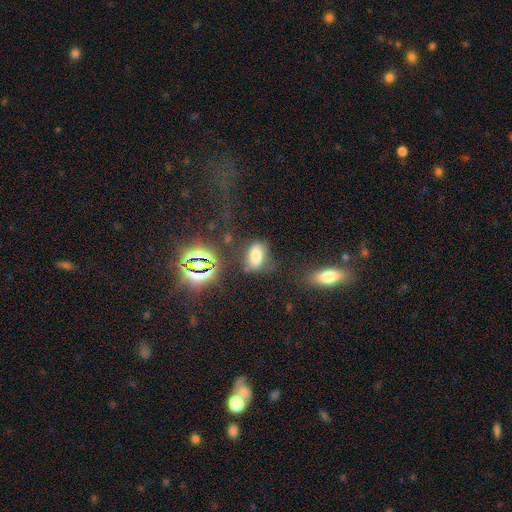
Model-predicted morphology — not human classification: This appears to be a smooth galaxy with no disk features (66%) that is in between round and cigar-shaped (86%). Merging: none (62%).